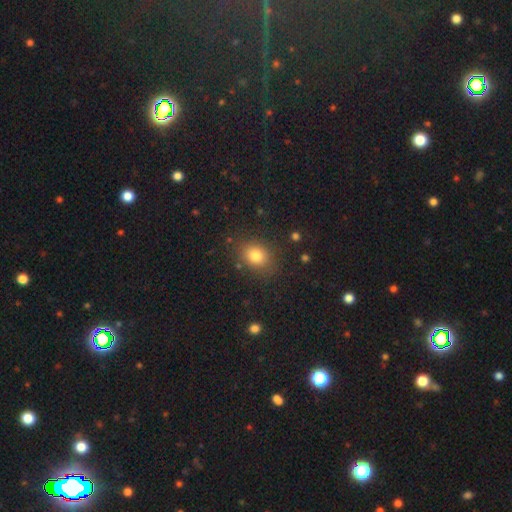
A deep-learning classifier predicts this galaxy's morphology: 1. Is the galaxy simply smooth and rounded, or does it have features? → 80% smooth, 13% star or artifact, 8% featured or disk.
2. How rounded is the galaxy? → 51% in between, 48% round, 1% cigar-shaped.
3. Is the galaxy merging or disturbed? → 82% none, 12% minor disturbance, 4% major disturbance, 2% merger.